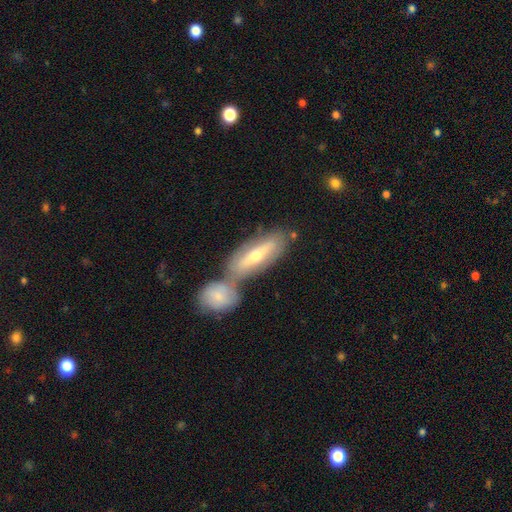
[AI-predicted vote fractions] smooth_or_featured: featured or disk (p=0.55) [alt: smooth p=0.37]
disk_edge_on: no (p=0.60) [alt: yes p=0.40]
merging: none (p=0.46) [alt: merger p=0.41]